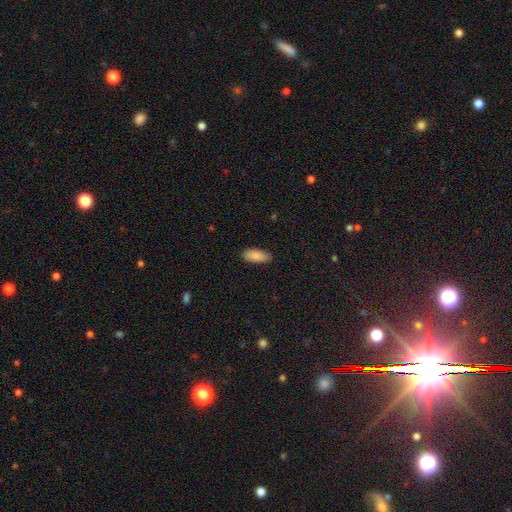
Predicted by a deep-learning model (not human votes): Smooth or featured? Predicted: smooth (p=0.89). How rounded? Predicted: in between (p=0.85). Merging? Predicted: none (p=0.86).